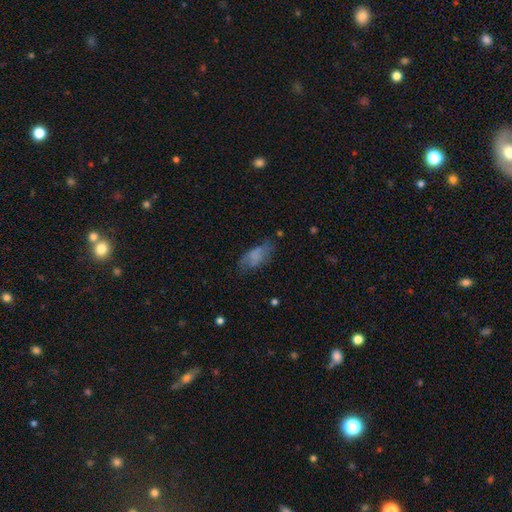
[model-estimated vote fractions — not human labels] Overall: smooth (68%). How rounded: in between (87%). Merging: none (55%; minor disturbance 27%).